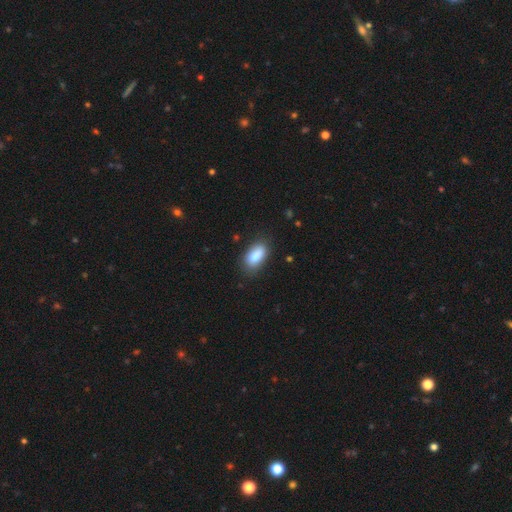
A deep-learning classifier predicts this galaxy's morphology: type=smooth (87%); roundness=in between (91%); merging=none (78%).